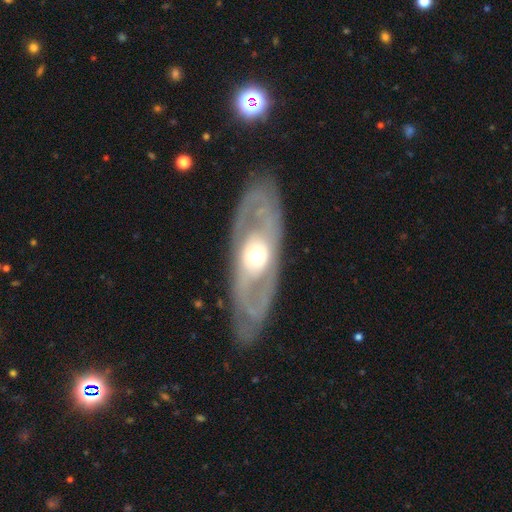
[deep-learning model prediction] A featured or disk galaxy (77%) with no bar (80%), no spiral arms (53%) and a moderate central bulge (65%).

Vote fractions:
- Smooth or featured? featured or disk: 77% / smooth: 19% / star or artifact: 5%
- Edge-on disk? no: 85% / yes: 15%
- Bar? no: 80% / weak: 13% / strong: 6%
- Spiral arms? no: 53% / yes: 47%
- Bulge size? moderate: 65% / small: 17% / large: 16% / dominant: 2% / none: 1%
- Merging? none: 83% / minor disturbance: 11% / major disturbance: 5% / merger: 1%